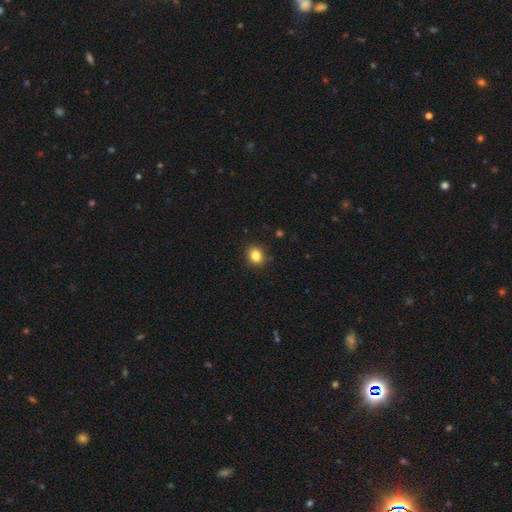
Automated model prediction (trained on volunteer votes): Smooth or featured?
  - smooth: 84% *
  - star or artifact: 11%
  - featured or disk: 6%
How rounded?
  - round: 67% *
  - in between: 32%
  - cigar-shaped: 1%
Merging?
  - none: 89% *
  - minor disturbance: 8%
  - major disturbance: 2%
  - merger: 1%